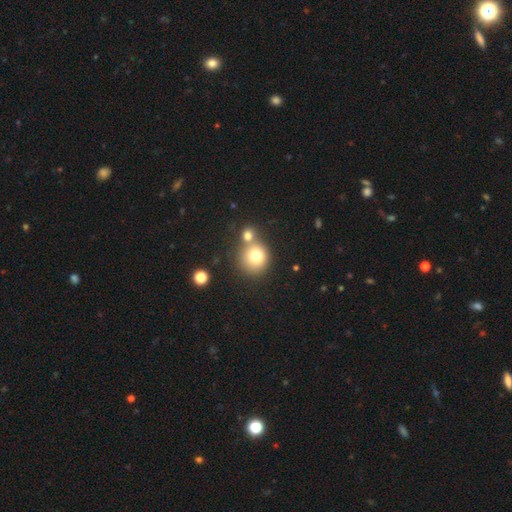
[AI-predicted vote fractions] smooth_or_featured: smooth (p=0.75) [alt: featured or disk p=0.13]
how_rounded: round (p=0.88) [alt: in between p=0.11]
merging: none (p=0.54) [alt: merger p=0.33]